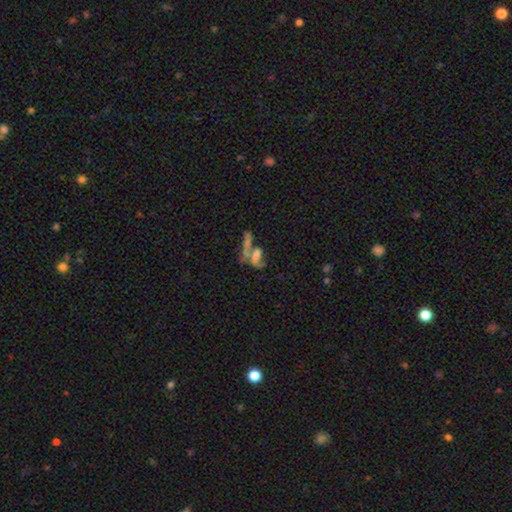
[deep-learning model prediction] Smooth or featured? smooth (42%)
Merging? merger (56%)